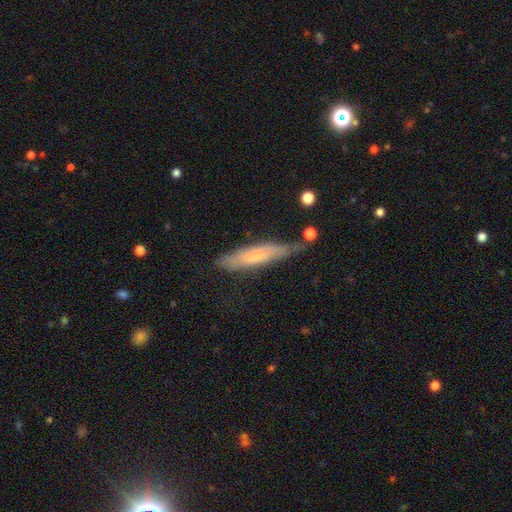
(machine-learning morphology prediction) Overall: smooth (60%; featured or disk 33%). How rounded: cigar-shaped (83%). Merging: none (60%; minor disturbance 28%).